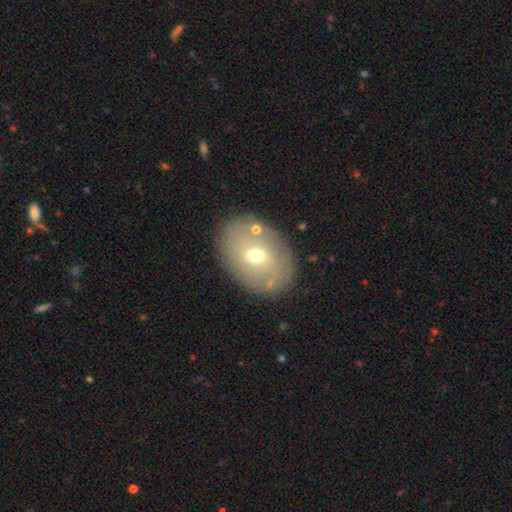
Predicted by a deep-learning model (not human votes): smooth 47%, featured or disk 44%, star or artifact 9%. Down the decision tree: merging — none (80%).